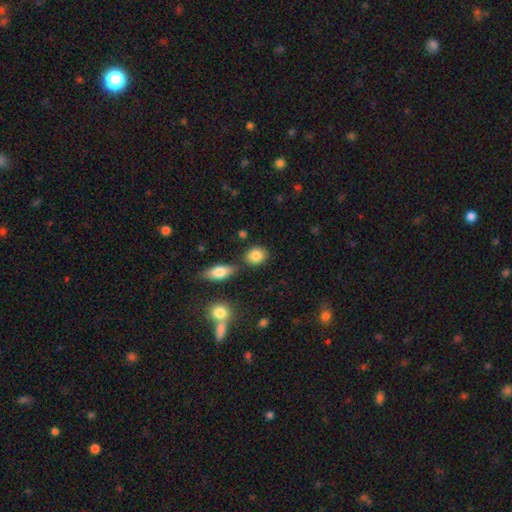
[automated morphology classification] Smooth or featured: smooth — 85% (star or artifact — 8%)
How rounded: round — 62% (in between — 36%)
Merging: none — 78% (minor disturbance — 11%)